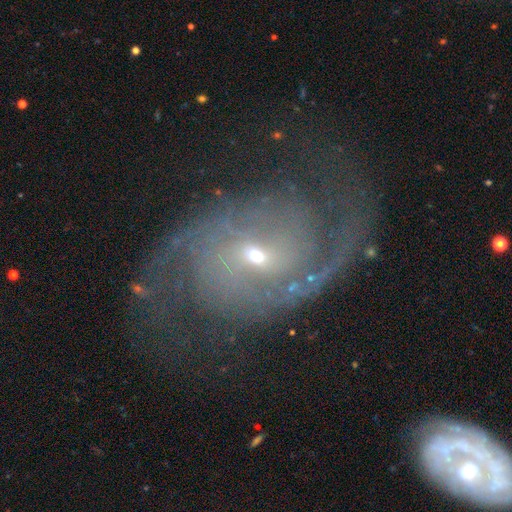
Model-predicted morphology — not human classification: smooth-or-featured: featured or disk: 89% | star or artifact: 7% | smooth: 4%
  disk-edge-on: no: 97% | yes: 3%
    bar: no: 53% | weak: 34% | strong: 12%
    has-spiral-arms: yes: 97% | no: 3%
      spiral-winding: medium: 47% | tight: 37% | loose: 16%
      spiral-arm-count: 2: 75% | can't tell: 8% | 3: 7% | 4: 4% | 1: 3% | more than 4: 3%
    bulge-size: small: 67% | moderate: 29% | large: 2% | none: 1% | dominant: 1%
  merging: none: 69% | minor disturbance: 16% | major disturbance: 12% | merger: 3%